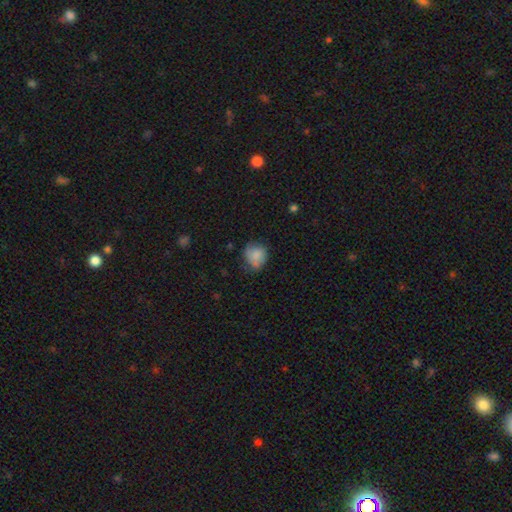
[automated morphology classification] Smooth or featured? Predicted: smooth (p=0.80). How rounded? Predicted: round (p=0.72). Merging? Predicted: none (p=0.56).